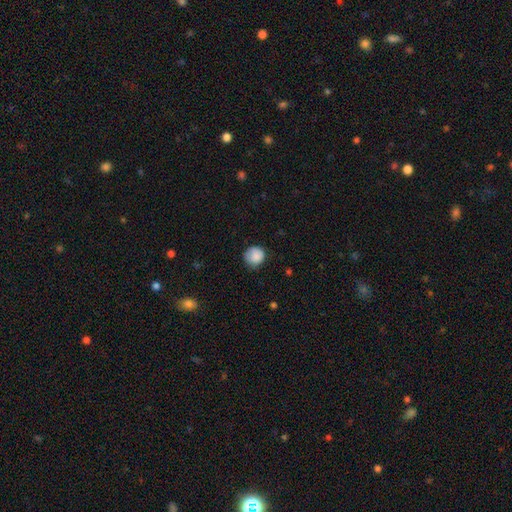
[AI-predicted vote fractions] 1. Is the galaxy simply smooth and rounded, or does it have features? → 86% smooth, 8% star or artifact, 6% featured or disk.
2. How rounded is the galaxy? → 89% round, 10% in between, 1% cigar-shaped.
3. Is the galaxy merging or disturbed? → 71% none, 23% minor disturbance, 5% major disturbance, 1% merger.